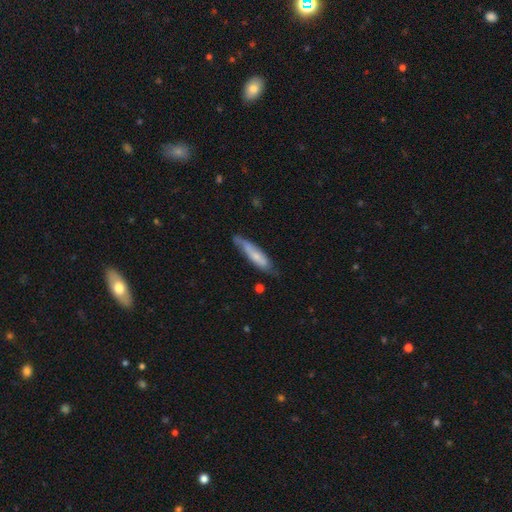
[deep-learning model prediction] smooth 57%, featured or disk 38%, star or artifact 6%. Down the decision tree: how rounded — cigar-shaped (77%); merging — none (62%).